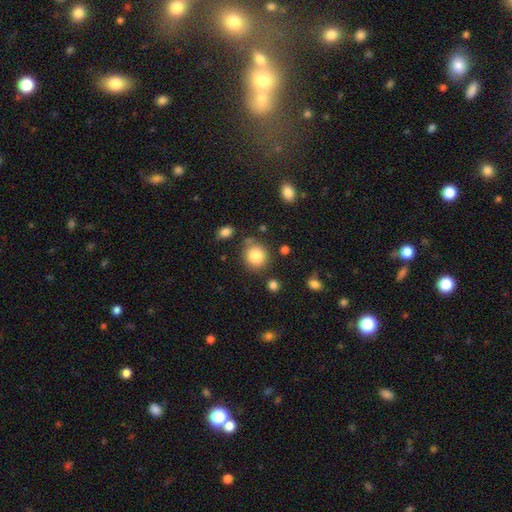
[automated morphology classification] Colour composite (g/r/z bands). It shows a smooth galaxy with no disk features (84%) that is round (85%). Merging: none (77%).